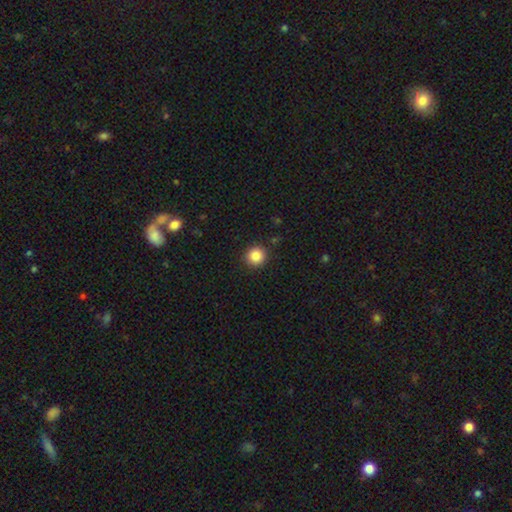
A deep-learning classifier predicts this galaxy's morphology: Smooth or featured: smooth — 86% (star or artifact — 10%)
How rounded: round — 94% (in between — 5%)
Merging: none — 91% (minor disturbance — 6%)